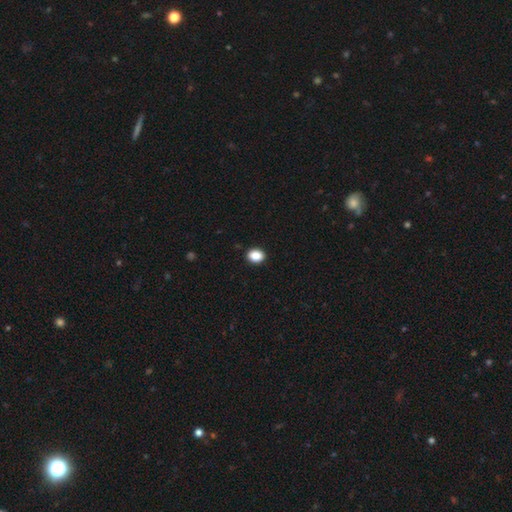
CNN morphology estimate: This appears to be a smooth galaxy with no disk features (88%) that is in between round and cigar-shaped (61%). Merging: none (91%).